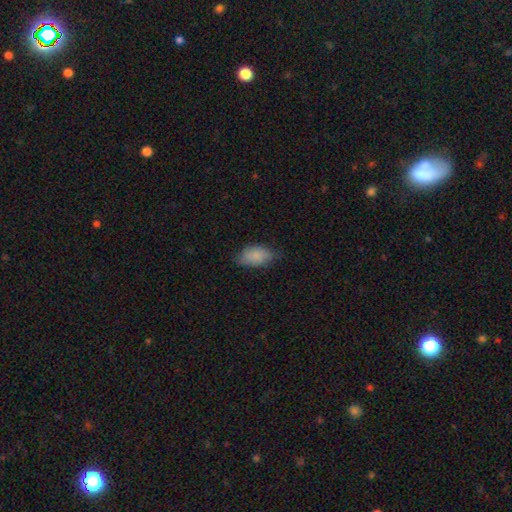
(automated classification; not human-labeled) This is clearly a smooth galaxy (85%). How rounded: clearly in between (92%). Merging: likely none (70%).